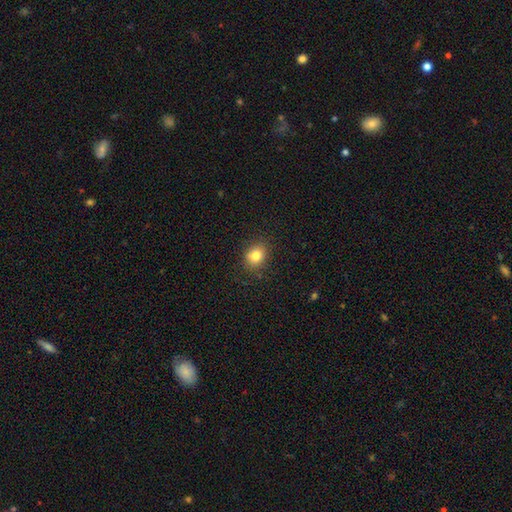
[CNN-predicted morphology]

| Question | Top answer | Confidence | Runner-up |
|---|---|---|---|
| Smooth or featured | smooth | 82% | star or artifact (11%) |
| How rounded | round | 55% | in between (44%) |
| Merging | none | 86% | minor disturbance (10%) |